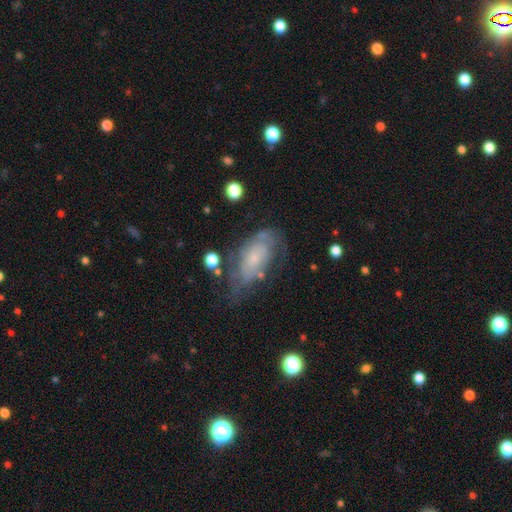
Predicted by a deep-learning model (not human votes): smooth_or_featured: featured or disk (p=0.56) [alt: smooth p=0.35]
disk_edge_on: no (p=0.91) [alt: yes p=0.09]
bar: no (p=0.79) [alt: weak p=0.18]
has_spiral_arms: yes (p=0.66) [alt: no p=0.34]
bulge_size: small (p=0.66) [alt: moderate p=0.18]
merging: none (p=0.51) [alt: minor disturbance p=0.28]